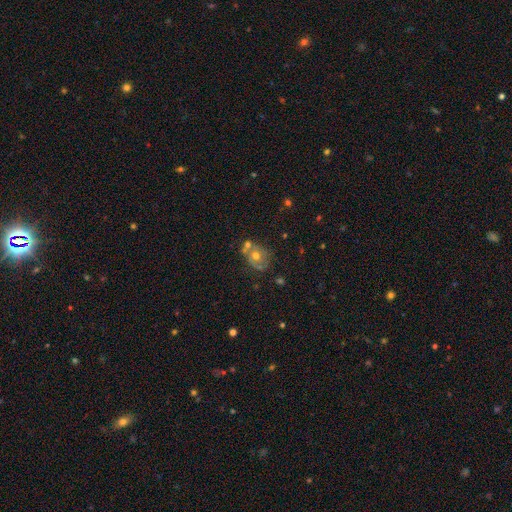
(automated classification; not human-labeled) smooth-or-featured: featured or disk: 53% | smooth: 34% | star or artifact: 13%
  disk-edge-on: no: 96% | yes: 4%
    bar: no: 84% | weak: 12% | strong: 3%
    has-spiral-arms: no: 53% | yes: 47%
    bulge-size: moderate: 75% | small: 14% | large: 8% | none: 2% | dominant: 1%
  merging: none: 51% | merger: 23% | minor disturbance: 17% | major disturbance: 8%